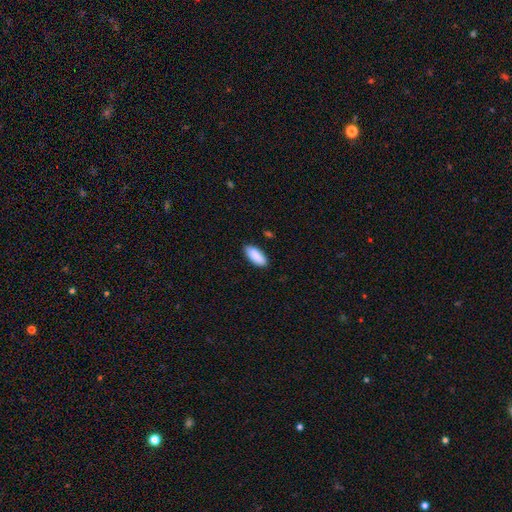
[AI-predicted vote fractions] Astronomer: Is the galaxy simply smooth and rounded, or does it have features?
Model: smooth — 90%.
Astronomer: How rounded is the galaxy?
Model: in between — 87%.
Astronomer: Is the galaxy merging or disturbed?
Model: none — 85%.